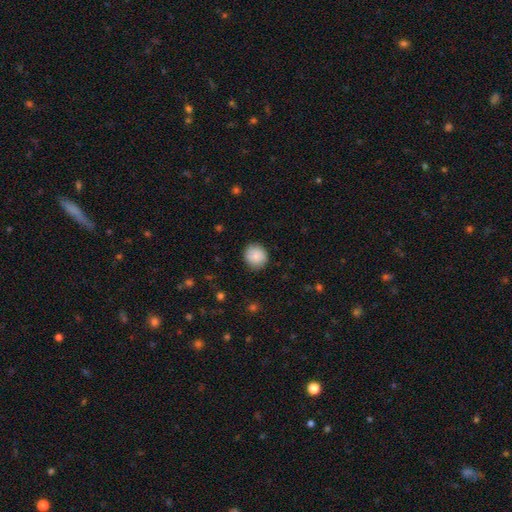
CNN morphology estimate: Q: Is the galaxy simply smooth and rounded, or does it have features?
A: smooth — 86%.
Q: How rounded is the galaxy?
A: round — 87%.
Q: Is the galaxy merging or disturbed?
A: none — 87%.